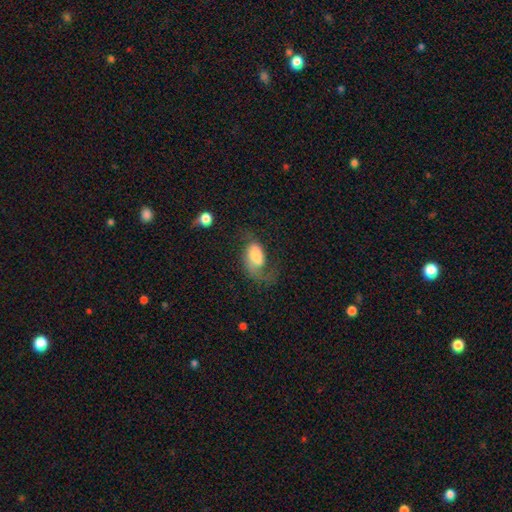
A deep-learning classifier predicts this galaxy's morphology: Overall: smooth (49%; featured or disk 42%). Merging: major disturbance (42%; none 33%).